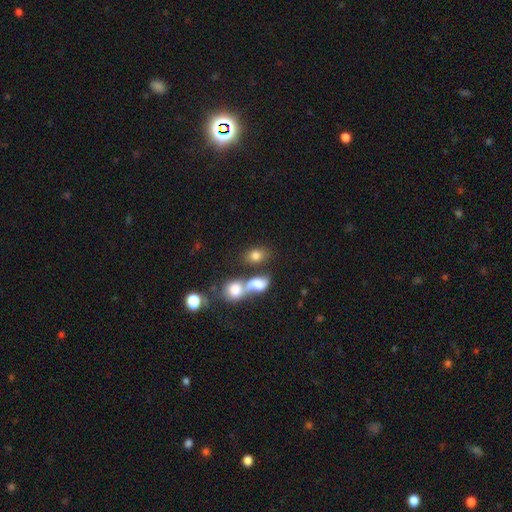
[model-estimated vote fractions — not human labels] smooth-or-featured: smooth: 77% | featured or disk: 12% | star or artifact: 11%
  how-rounded: in between: 72% | round: 25% | cigar-shaped: 3%
  merging: merger: 42% | none: 41% | minor disturbance: 10% | major disturbance: 7%